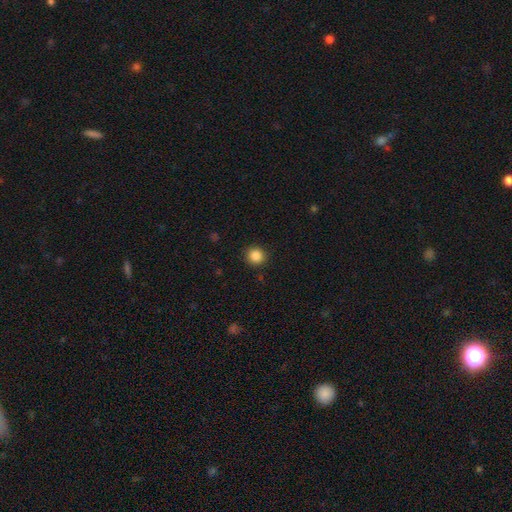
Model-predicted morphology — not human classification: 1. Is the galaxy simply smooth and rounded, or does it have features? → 86% smooth, 10% star or artifact, 4% featured or disk.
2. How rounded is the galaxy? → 91% round, 8% in between, 1% cigar-shaped.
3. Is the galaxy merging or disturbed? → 91% none, 6% minor disturbance, 2% major disturbance, 1% merger.